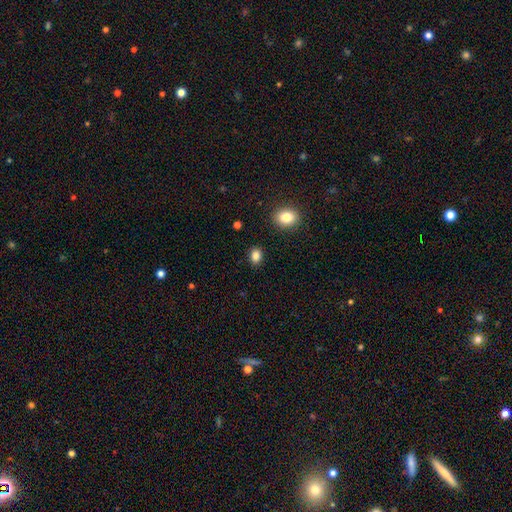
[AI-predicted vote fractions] The model was most divided on "how rounded": in between: 59%, round: 40%, cigar-shaped: 1%. More confident: merging — none (88%); smooth or featured — smooth (84%).